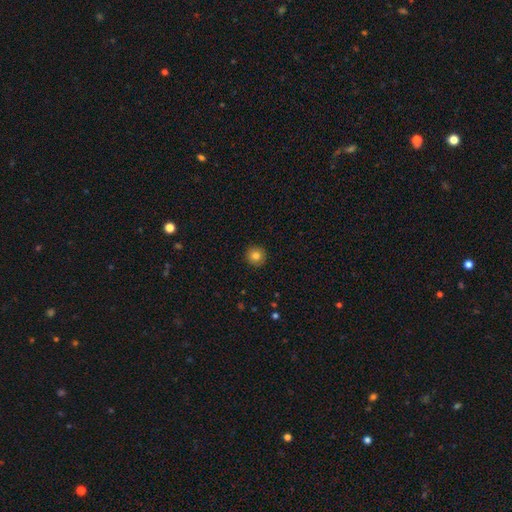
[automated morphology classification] Smooth or featured? Predicted: smooth (p=0.81). How rounded? Predicted: round (p=0.95). Merging? Predicted: none (p=0.92).